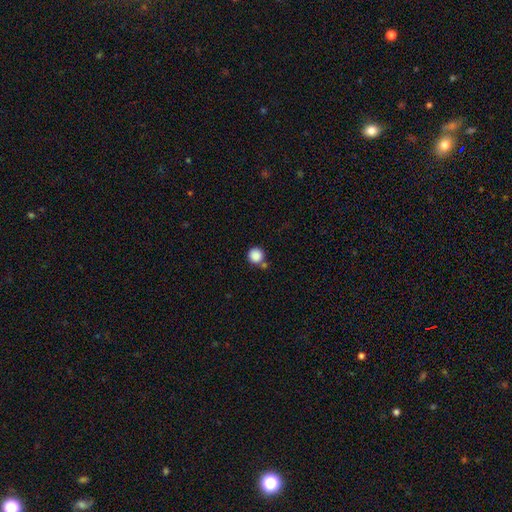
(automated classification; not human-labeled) Smooth or featured: smooth — 87% (star or artifact — 10%)
How rounded: round — 95% (in between — 4%)
Merging: none — 75% (merger — 12%)